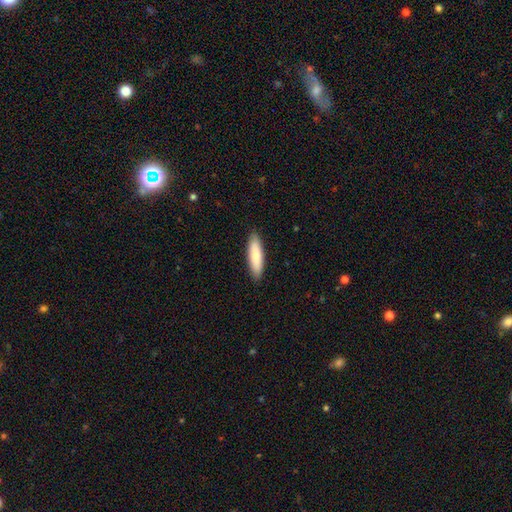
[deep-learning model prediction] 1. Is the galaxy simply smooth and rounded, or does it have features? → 82% smooth, 13% featured or disk, 5% star or artifact.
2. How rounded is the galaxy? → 64% cigar-shaped, 35% in between, 1% round.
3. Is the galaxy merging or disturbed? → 89% none, 8% minor disturbance, 2% major disturbance, 1% merger.